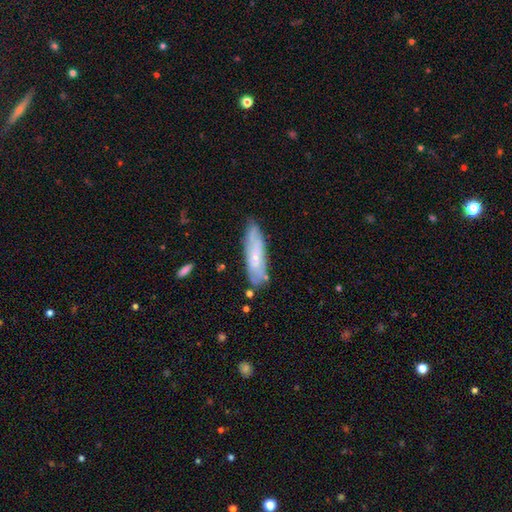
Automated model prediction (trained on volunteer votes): Smooth or featured?
  - smooth: 50% *
  - featured or disk: 43%
  - star or artifact: 7%
Merging?
  - none: 76% *
  - minor disturbance: 18%
  - major disturbance: 3%
  - merger: 3%